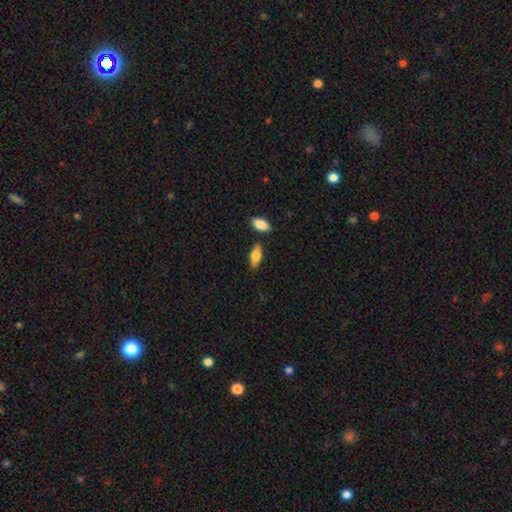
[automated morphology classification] smooth 79%, featured or disk 15%, star or artifact 6%. Down the decision tree: how rounded — in between (81%); merging — none (79%).